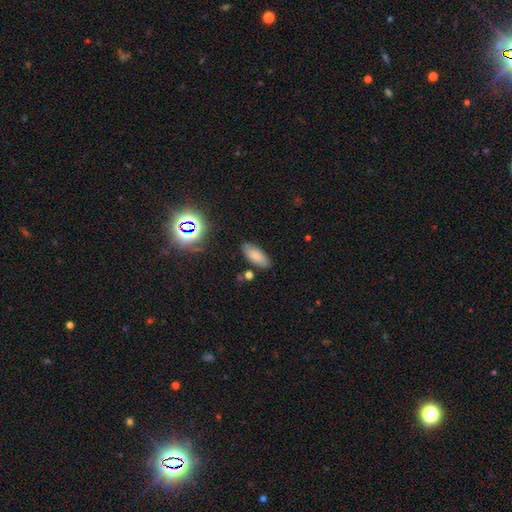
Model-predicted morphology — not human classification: Smooth or featured? smooth (80%)
How rounded? in between (83%)
Merging? none (81%)